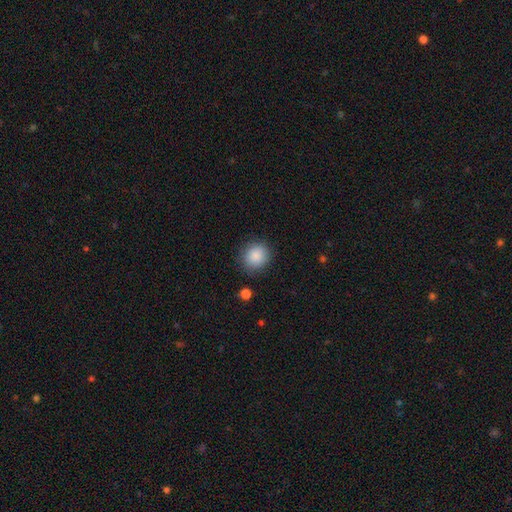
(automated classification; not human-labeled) This is clearly a smooth galaxy (88%). How rounded: clearly round (83%). Merging: clearly none (85%).